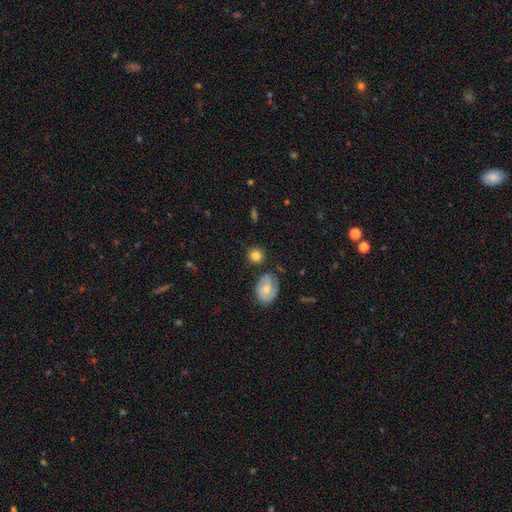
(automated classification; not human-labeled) This appears to be a smooth galaxy with no disk features (80%) that is round (84%). Merging: none (78%).